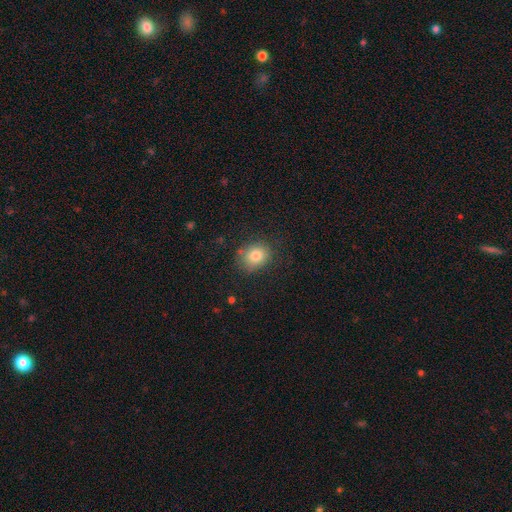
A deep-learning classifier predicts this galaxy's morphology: Q: Smooth or featured?
A: smooth (80%); runner-up: star or artifact (11%)
Q: How rounded?
A: round (67%); runner-up: in between (33%)
Q: Merging?
A: none (79%); runner-up: minor disturbance (15%)